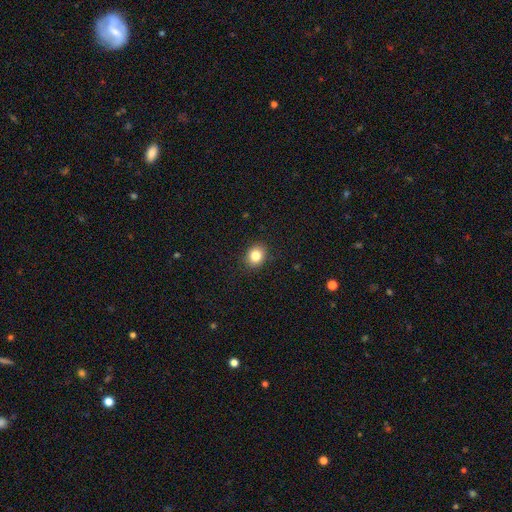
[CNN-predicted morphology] Smooth or featured? smooth (83%)
How rounded? round (63%)
Merging? none (89%)